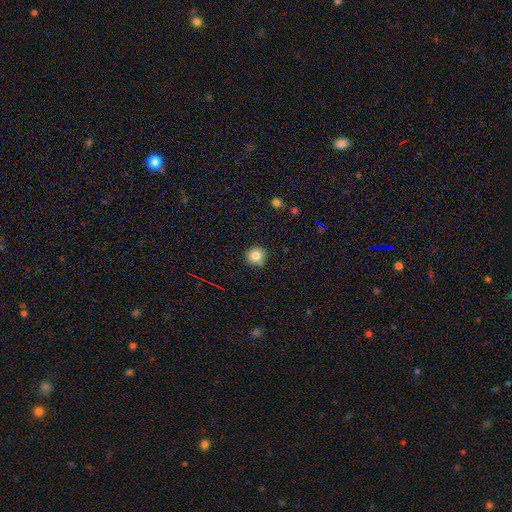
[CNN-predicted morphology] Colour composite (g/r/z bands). It shows a smooth galaxy with no disk features (82%) that is round (91%). Merging: none (78%).